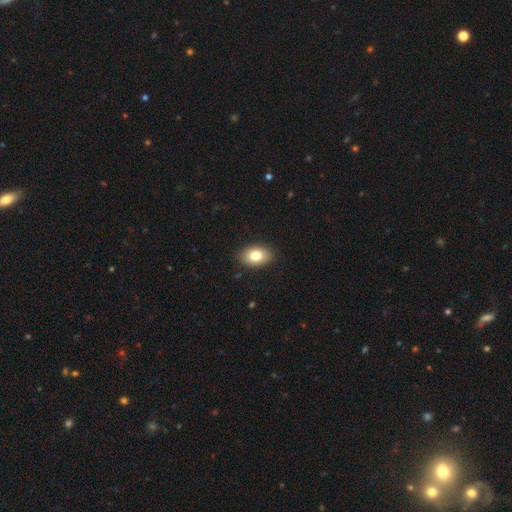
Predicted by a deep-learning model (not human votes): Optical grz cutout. It shows a smooth galaxy with no disk features (80%) that is in between round and cigar-shaped (85%). Merging: none (89%).